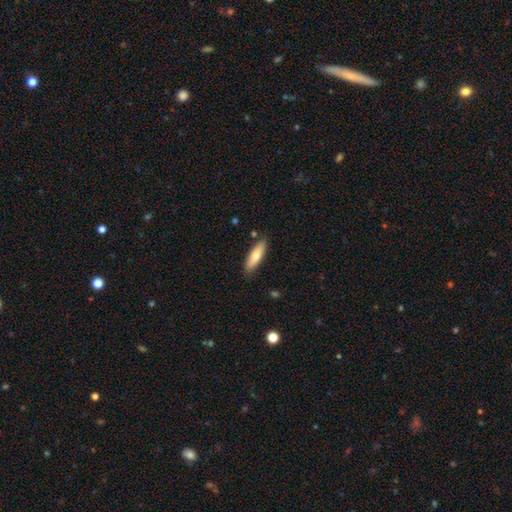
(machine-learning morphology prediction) smooth-or-featured: smooth: 72% | featured or disk: 22% | star or artifact: 6%
  how-rounded: cigar-shaped: 56% | in between: 42% | round: 2%
  merging: none: 84% | minor disturbance: 11% | merger: 2% | major disturbance: 2%